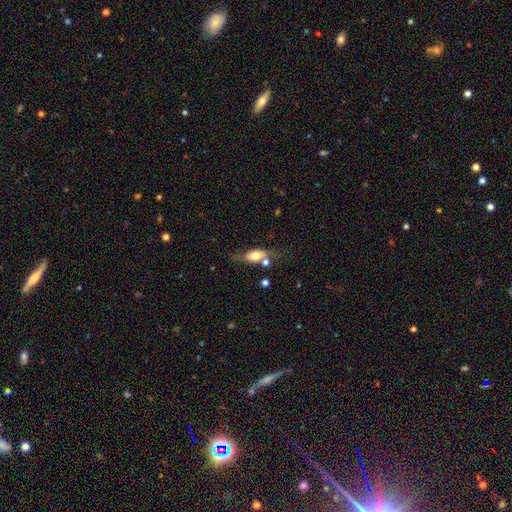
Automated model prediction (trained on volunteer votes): smooth 52%, featured or disk 40%, star or artifact 8%. Down the decision tree: how rounded — in between (74%); merging — none (51%).